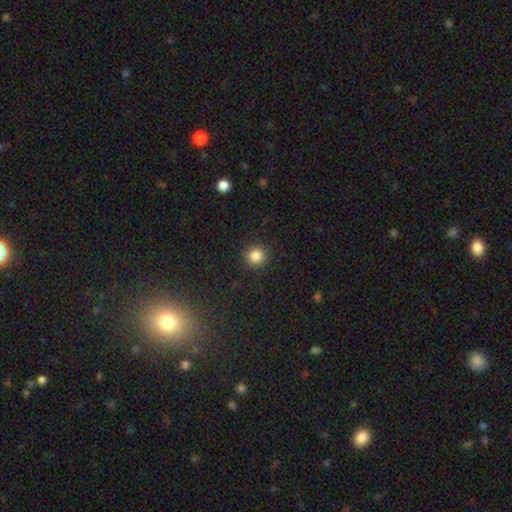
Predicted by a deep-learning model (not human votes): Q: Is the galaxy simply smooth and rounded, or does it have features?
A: smooth — 85%.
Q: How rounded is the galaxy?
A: round — 94%.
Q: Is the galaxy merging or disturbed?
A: none — 91%.